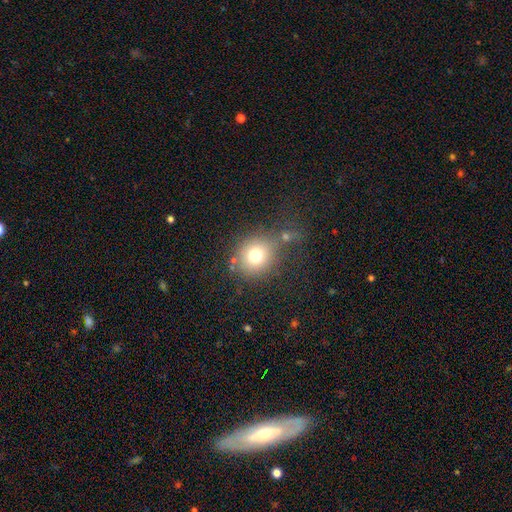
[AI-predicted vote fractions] Morphology: type=smooth (74%); roundness=round (83%); merging=none (62%).